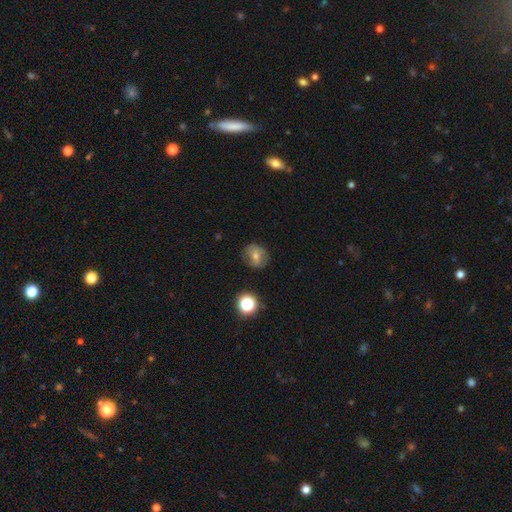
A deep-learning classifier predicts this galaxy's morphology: Smooth or featured? Predicted: smooth (p=0.56). How rounded? Predicted: round (p=0.78). Merging? Predicted: none (p=0.81).